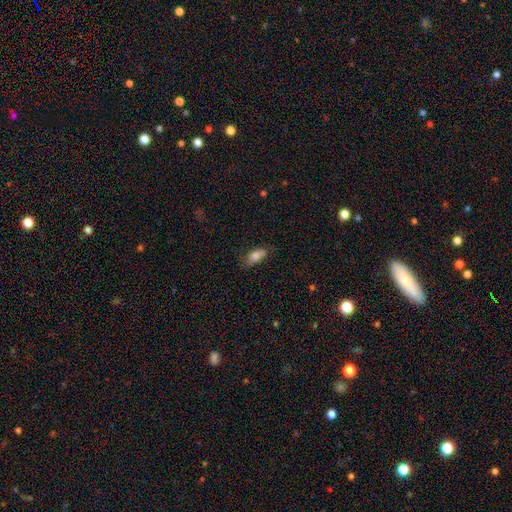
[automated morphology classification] Smooth or featured? smooth (79%)
How rounded? in between (86%)
Merging? none (67%)